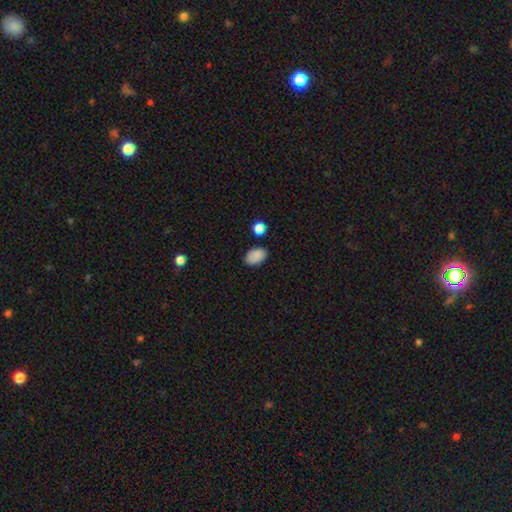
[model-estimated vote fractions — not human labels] Smooth or featured? smooth (87%)
How rounded? in between (88%)
Merging? none (82%)